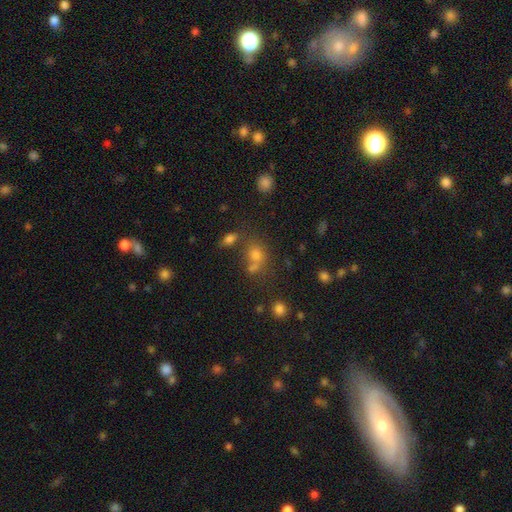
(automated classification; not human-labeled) This appears to be a smooth galaxy with no disk features (63%) that is round (67%). Merging: none (50%).